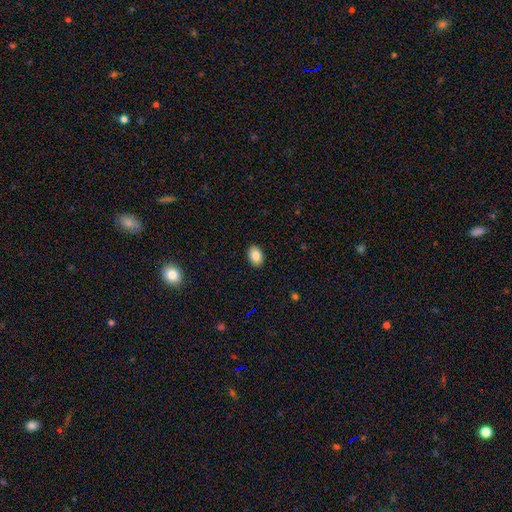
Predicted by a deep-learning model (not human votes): The model was most divided on "how rounded": in between: 82%, round: 17%, cigar-shaped: 1%. More confident: merging — none (90%); smooth or featured — smooth (85%).